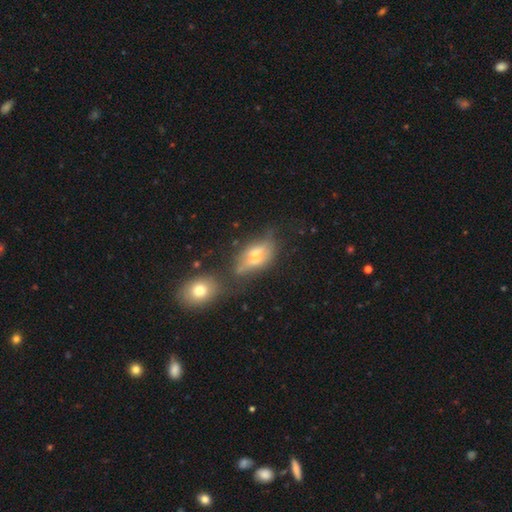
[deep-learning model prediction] A featured or disk galaxy (55%) viewed edge-on (62%). Merging: none (49%).